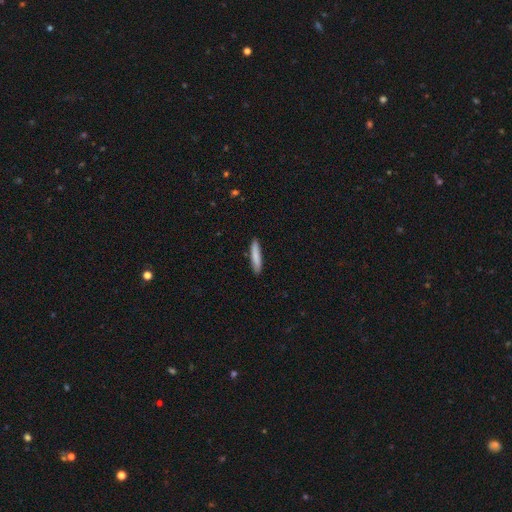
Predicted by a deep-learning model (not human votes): The model was most divided on "smooth or featured": smooth: 82%, featured or disk: 12%, star or artifact: 6%. More confident: how rounded — cigar-shaped (90%); merging — none (89%).